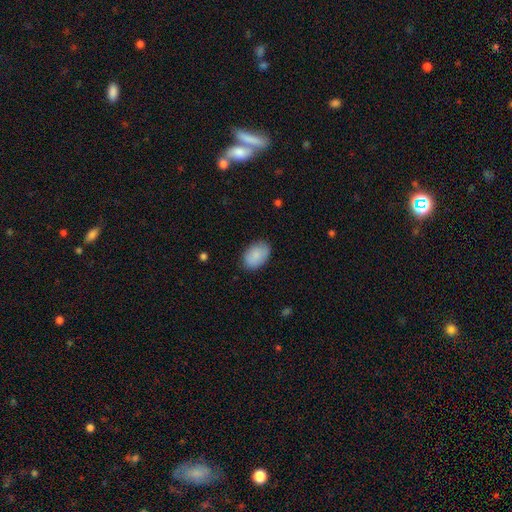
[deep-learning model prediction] Morphology: type=smooth (88%); roundness=in between (88%); merging=none (84%).